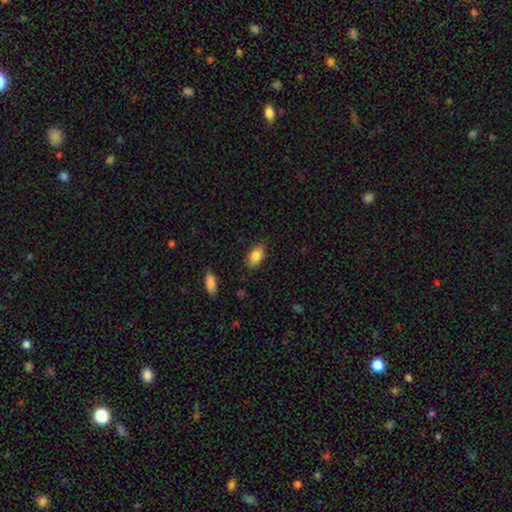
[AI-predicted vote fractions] smooth_or_featured: smooth (p=0.85) [alt: featured or disk p=0.08]
how_rounded: in between (p=0.90) [alt: round p=0.05]
merging: none (p=0.85) [alt: minor disturbance p=0.12]